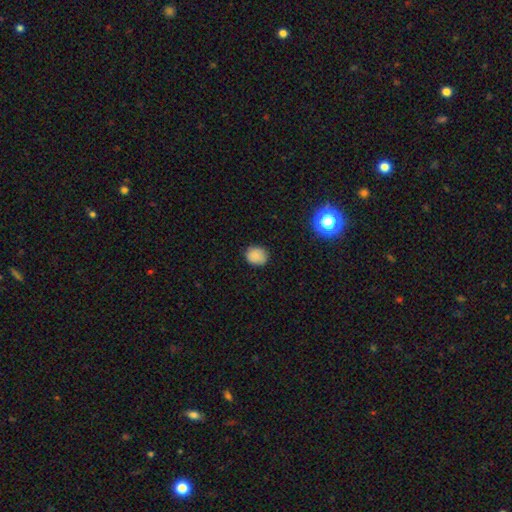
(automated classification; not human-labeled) This appears to be a smooth galaxy with no disk features (84%) that is round (70%). Merging: none (85%).